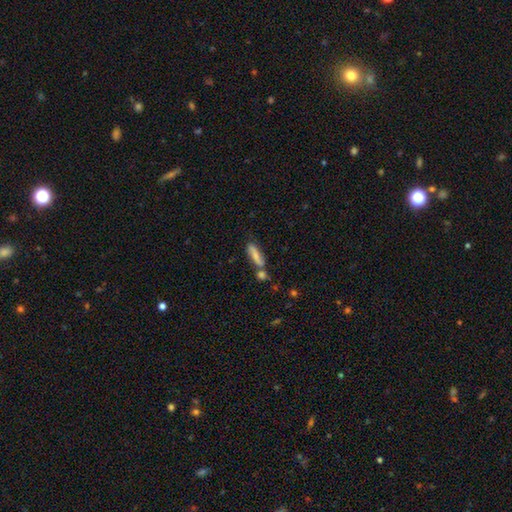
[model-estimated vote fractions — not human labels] Morphology: type=smooth (64%); roundness=cigar-shaped (62%); merging=none (52%).